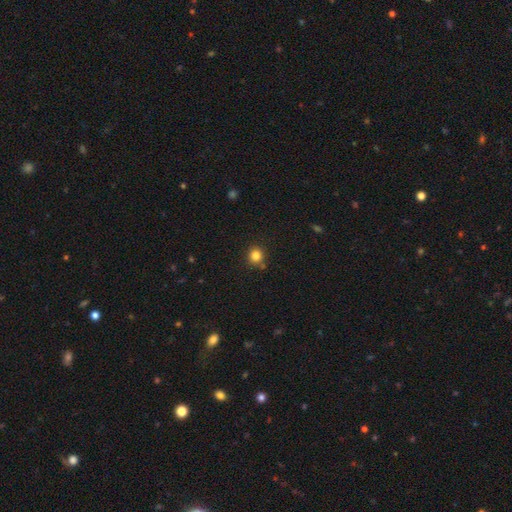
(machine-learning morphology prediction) smooth-or-featured: smooth: 83% | star or artifact: 12% | featured or disk: 5%
  how-rounded: round: 89% | in between: 10% | cigar-shaped: 1%
  merging: none: 84% | minor disturbance: 9% | merger: 6% | major disturbance: 2%